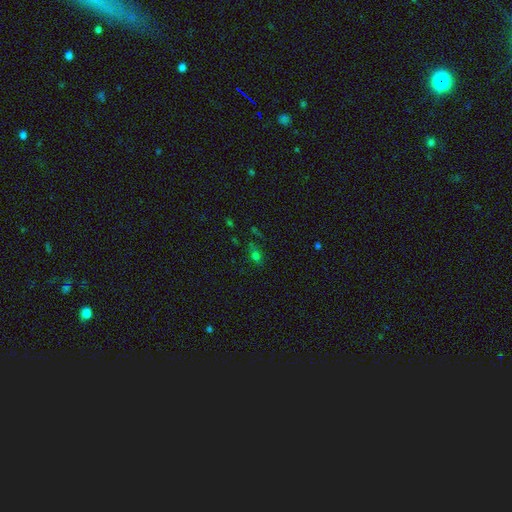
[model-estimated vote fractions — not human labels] smooth 55%, star or artifact 34%, featured or disk 11%. Down the decision tree: how rounded — in between (56%); merging — none (64%).